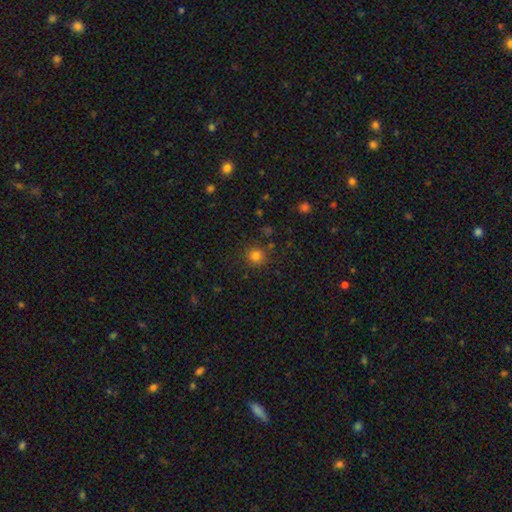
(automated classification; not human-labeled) A smooth galaxy with no disk features (80%) that is round (91%).

Vote fractions:
- Smooth or featured? smooth: 80% / star or artifact: 14% / featured or disk: 6%
- How rounded? round: 91% / in between: 8% / cigar-shaped: 1%
- Merging? none: 84% / minor disturbance: 10% / merger: 3% / major disturbance: 3%